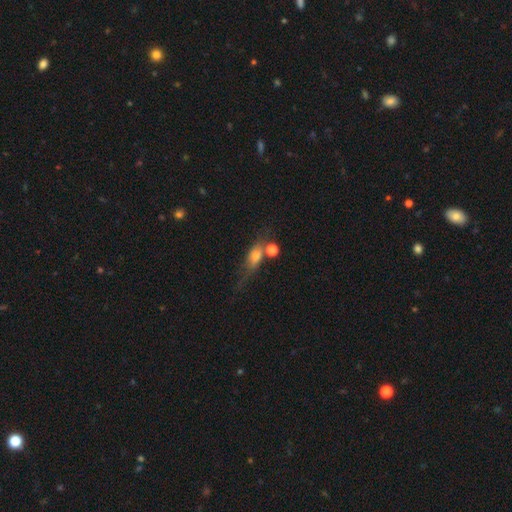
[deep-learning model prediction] Smooth or featured: smooth — 59% (featured or disk — 27%)
How rounded: in between — 58% (cigar-shaped — 23%)
Merging: none — 42% (merger — 21%)